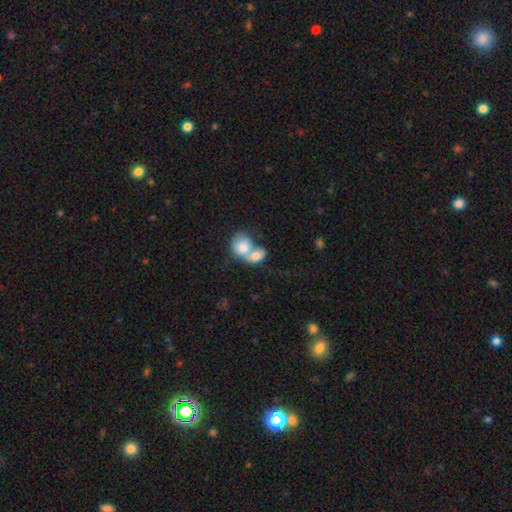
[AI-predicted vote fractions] smooth 76%, featured or disk 17%, star or artifact 7%. Down the decision tree: how rounded — in between (54%); merging — merger (79%).